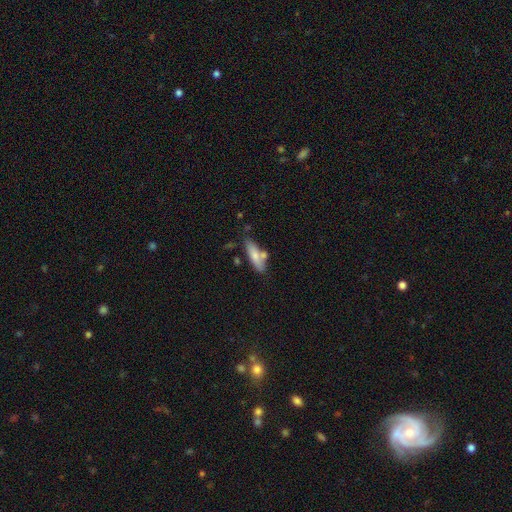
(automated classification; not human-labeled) This appears to be a smooth galaxy with no disk features (73%) that is cigar-shaped (57%). Merging: none (63%).